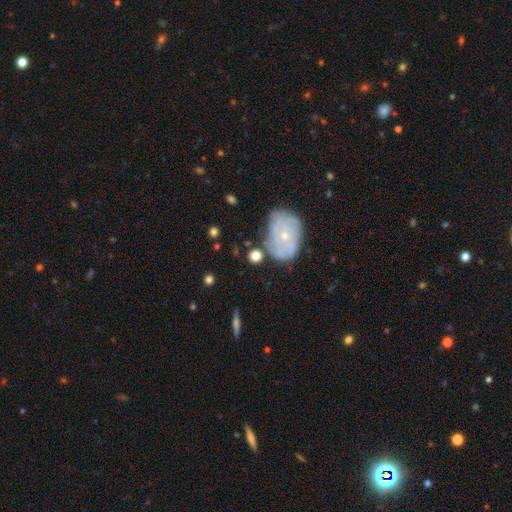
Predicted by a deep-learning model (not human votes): smooth 63%, featured or disk 27%, star or artifact 10%. Down the decision tree: how rounded — round (71%); merging — none (64%).